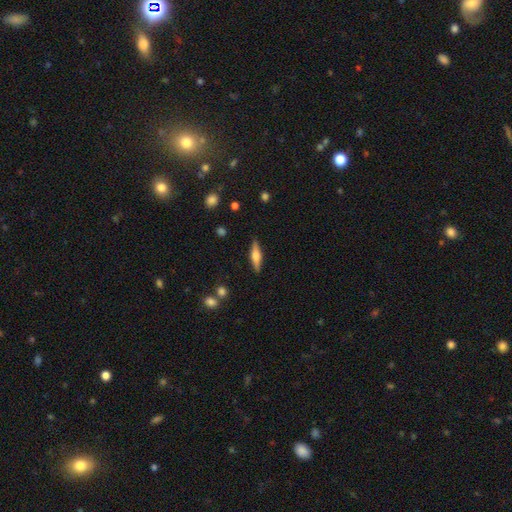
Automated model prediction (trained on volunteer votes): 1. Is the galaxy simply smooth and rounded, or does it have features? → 54% featured or disk, 39% smooth, 6% star or artifact.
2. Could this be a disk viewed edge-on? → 96% yes, 4% no.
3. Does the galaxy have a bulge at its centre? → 85% rounded, 12% boxy, 3% none.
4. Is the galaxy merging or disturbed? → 88% none, 9% minor disturbance, 2% major disturbance, 2% merger.